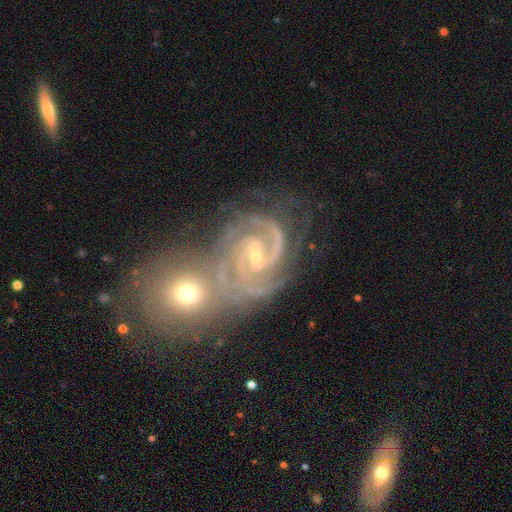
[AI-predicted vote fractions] smooth_or_featured: featured or disk (p=0.91) [alt: star or artifact p=0.06]
disk_edge_on: no (p=0.98) [alt: yes p=0.02]
bar: weak (p=0.45) [alt: strong p=0.28]
has_spiral_arms: yes (p=0.98) [alt: no p=0.02]
spiral_winding: tight (p=0.53) [alt: medium p=0.41]
spiral_arm_count: 2 (p=0.47) [alt: 3 p=0.27]
bulge_size: small (p=0.72) [alt: moderate p=0.24]
merging: none (p=0.43) [alt: merger p=0.32]